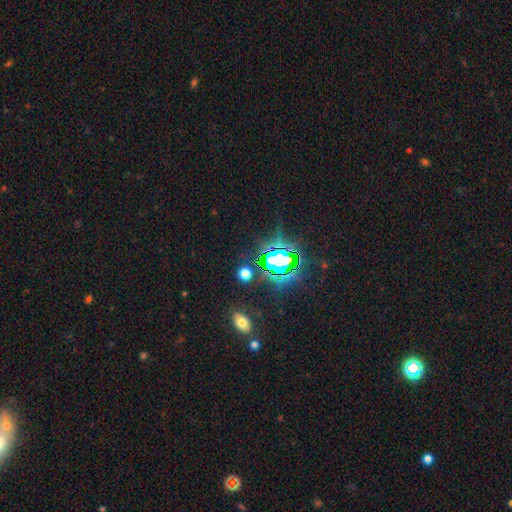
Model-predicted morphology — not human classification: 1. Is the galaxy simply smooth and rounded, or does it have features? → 82% star or artifact, 12% smooth, 7% featured or disk.